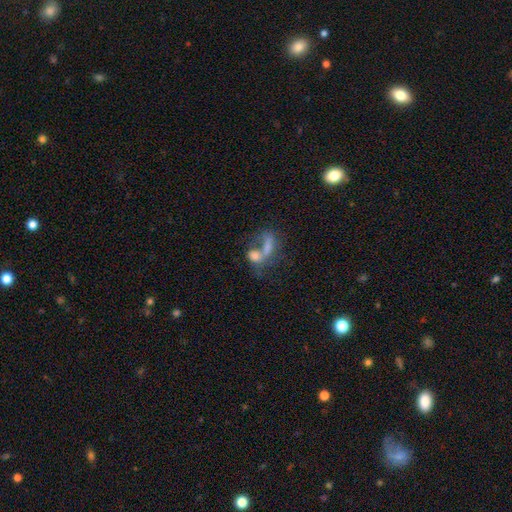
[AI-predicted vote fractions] smooth-or-featured: smooth: 56% | featured or disk: 30% | star or artifact: 14%
  how-rounded: in between: 67% | round: 23% | cigar-shaped: 10%
  merging: merger: 58% | none: 18% | major disturbance: 17% | minor disturbance: 7%